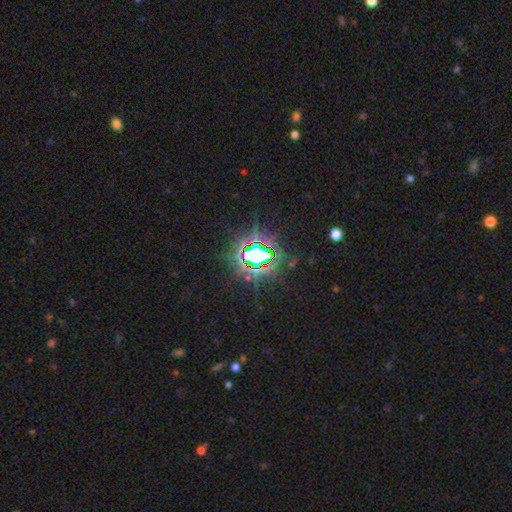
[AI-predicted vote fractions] This appears to be a star or artifact, not a galaxy (79%).